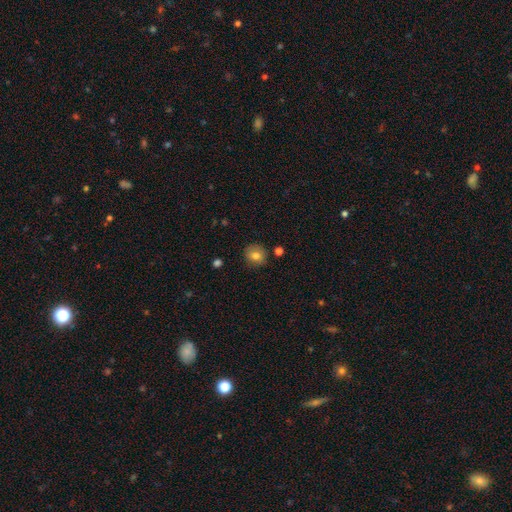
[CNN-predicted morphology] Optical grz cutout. It shows a smooth galaxy with no disk features (78%) that is round (80%). Merging: none (83%).